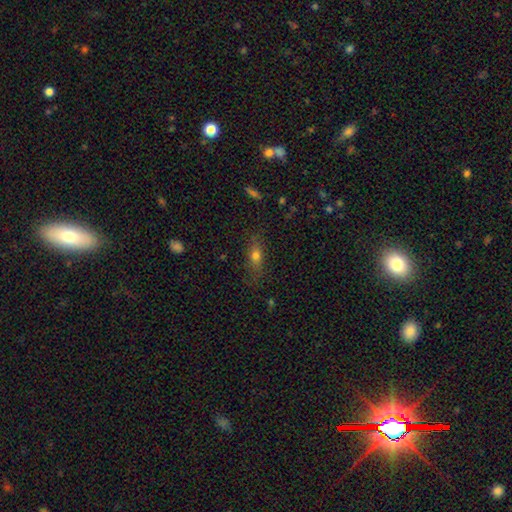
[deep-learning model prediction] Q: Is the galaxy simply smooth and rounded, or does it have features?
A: smooth — 68%.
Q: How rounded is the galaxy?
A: in between — 63%.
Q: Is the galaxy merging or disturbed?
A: none — 74%.